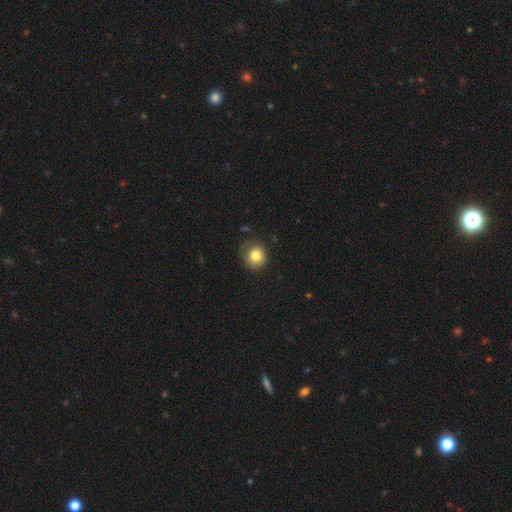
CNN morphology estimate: smooth-or-featured: smooth: 81% | star or artifact: 10% | featured or disk: 9%
  how-rounded: round: 88% | in between: 11% | cigar-shaped: 1%
  merging: none: 75% | minor disturbance: 18% | major disturbance: 5% | merger: 2%